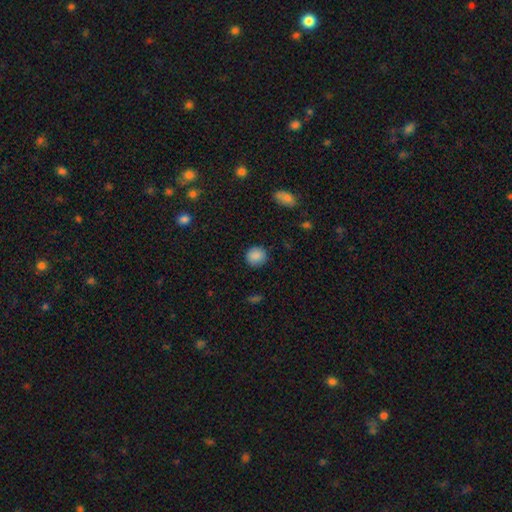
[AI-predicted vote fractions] Smooth or featured? smooth (88%)
How rounded? round (88%)
Merging? none (88%)